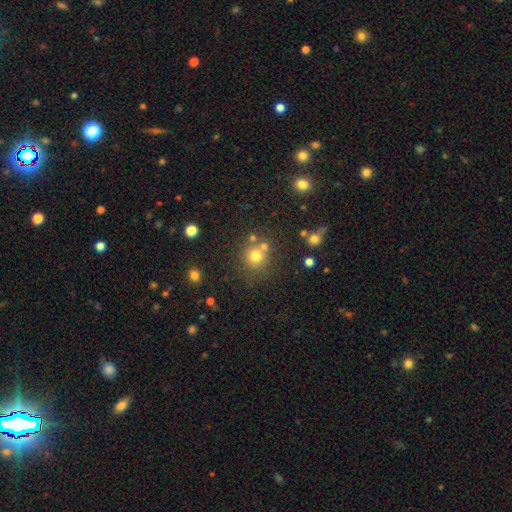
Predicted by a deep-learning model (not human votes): Smooth or featured?
  - smooth: 72% *
  - star or artifact: 18%
  - featured or disk: 10%
How rounded?
  - round: 90% *
  - in between: 9%
  - cigar-shaped: 1%
Merging?
  - none: 68% *
  - merger: 18%
  - minor disturbance: 10%
  - major disturbance: 4%